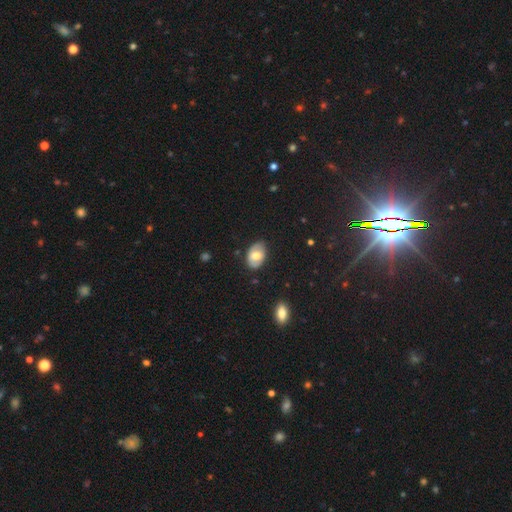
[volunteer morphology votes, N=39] Smooth or featured? smooth (62%)
How rounded? in between (88%)
Merging? none (81%)